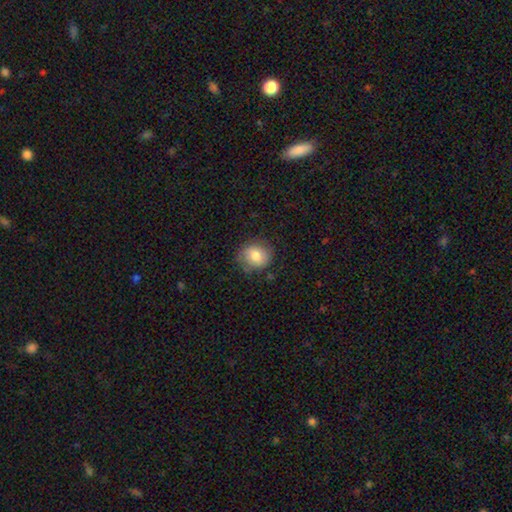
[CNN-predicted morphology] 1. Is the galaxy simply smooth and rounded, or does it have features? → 78% smooth, 13% featured or disk, 9% star or artifact.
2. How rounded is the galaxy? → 77% round, 23% in between, 1% cigar-shaped.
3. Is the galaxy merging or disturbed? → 77% none, 17% minor disturbance, 5% major disturbance, 1% merger.